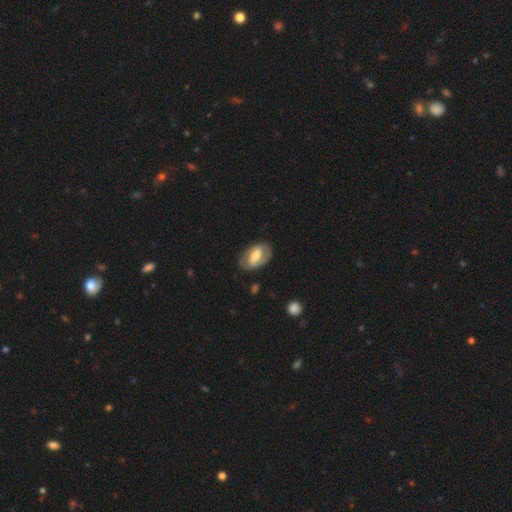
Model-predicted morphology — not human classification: featured or disk 58%, smooth 36%, star or artifact 5%. Down the decision tree: edge-on disk — no (95%); bar — weak (42%); spiral arms — yes (65%); bulge size — moderate (62%); merging — none (75%).